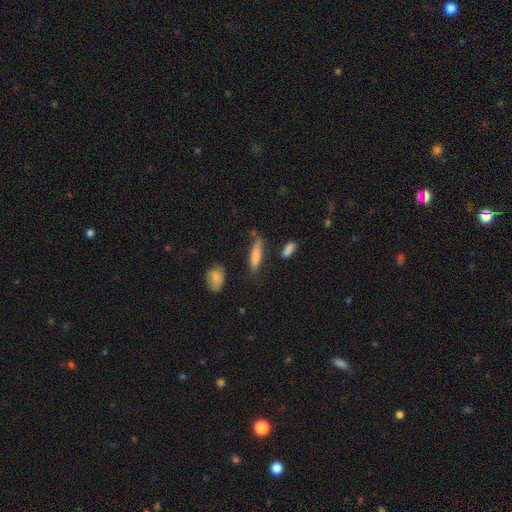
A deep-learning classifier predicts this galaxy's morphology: Smooth or featured? smooth (80%)
How rounded? cigar-shaped (72%)
Merging? none (71%)